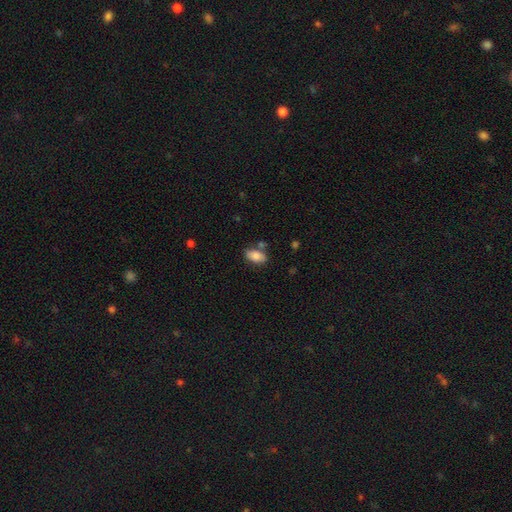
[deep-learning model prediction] Smooth or featured? smooth (84%)
How rounded? in between (92%)
Merging? none (71%)